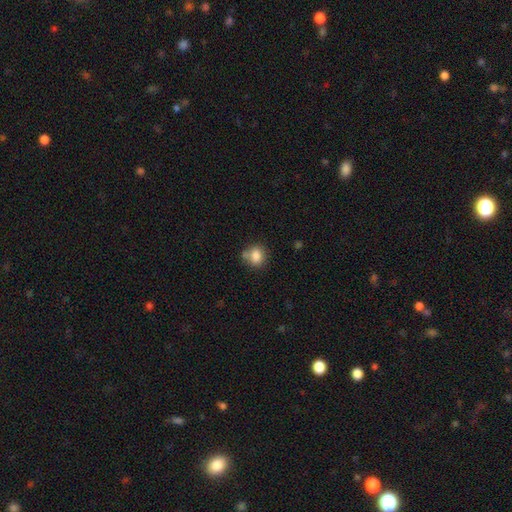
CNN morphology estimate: A smooth galaxy with no disk features (82%) that is round (58%). Merging: none (58%).